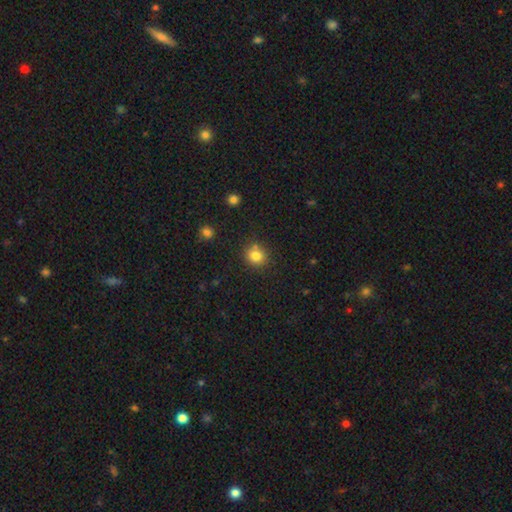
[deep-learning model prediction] A smooth galaxy with no disk features (82%) that is round (85%). Merging: none (76%).